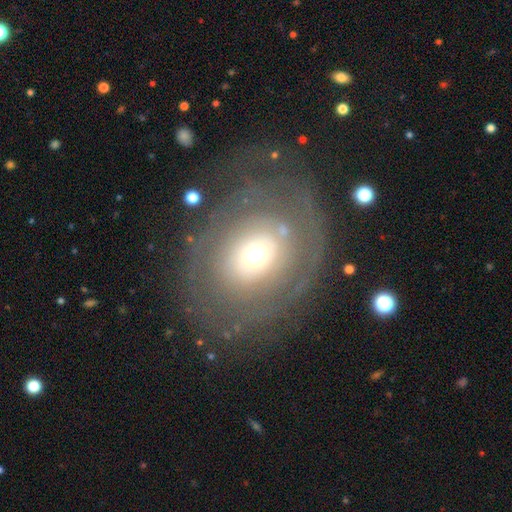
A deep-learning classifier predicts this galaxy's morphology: smooth_or_featured: featured or disk (p=0.59) [alt: smooth p=0.32]
disk_edge_on: no (p=0.94) [alt: yes p=0.06]
bar: no (p=0.85) [alt: weak p=0.11]
has_spiral_arms: no (p=0.56) [alt: yes p=0.44]
bulge_size: moderate (p=0.52) [alt: small p=0.32]
merging: none (p=0.70) [alt: minor disturbance p=0.15]